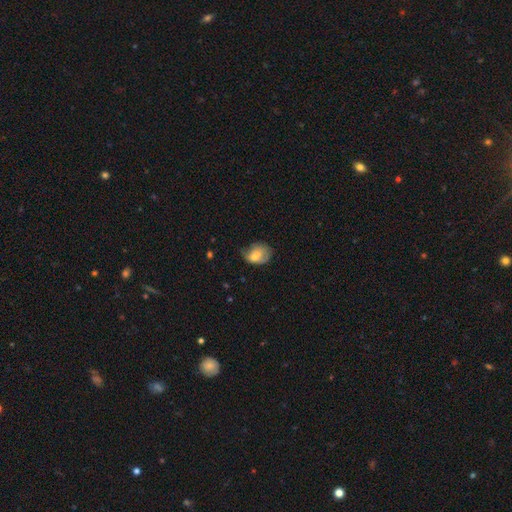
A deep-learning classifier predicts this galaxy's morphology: Smooth or featured?
  - smooth: 67% *
  - featured or disk: 24%
  - star or artifact: 9%
How rounded?
  - in between: 65% *
  - round: 34%
  - cigar-shaped: 1%
Merging?
  - minor disturbance: 39% *
  - none: 37%
  - major disturbance: 21%
  - merger: 3%